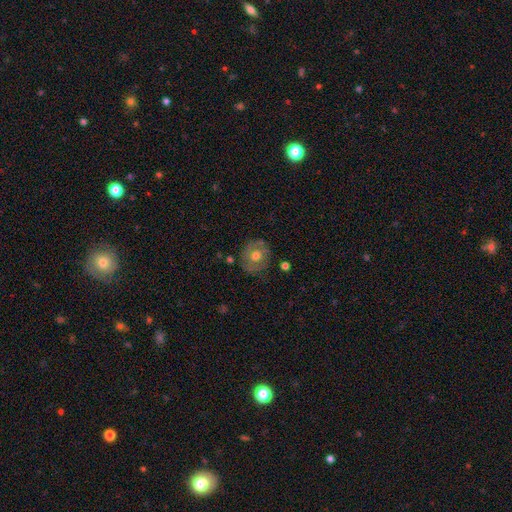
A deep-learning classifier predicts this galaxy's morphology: This appears to be a smooth galaxy with no disk features (52%) that is round (75%). Merging: none (76%).